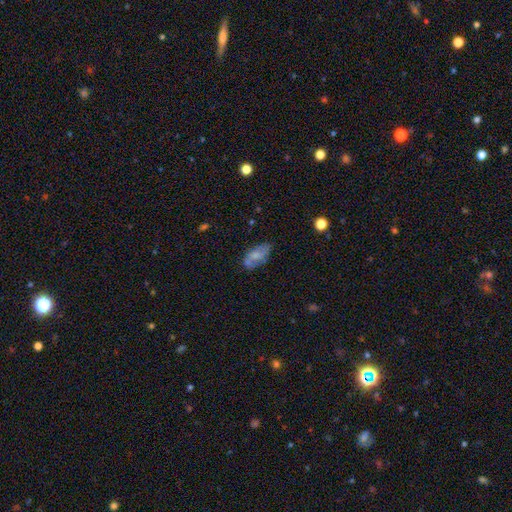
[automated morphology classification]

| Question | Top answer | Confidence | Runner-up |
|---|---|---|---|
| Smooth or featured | smooth | 58% | featured or disk (34%) |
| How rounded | in between | 89% | cigar-shaped (8%) |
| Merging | none | 59% | minor disturbance (26%) |